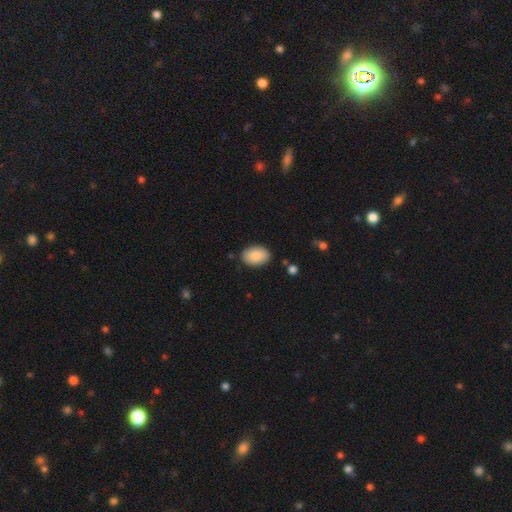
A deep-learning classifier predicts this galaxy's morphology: This is clearly a smooth galaxy (87%). How rounded: clearly in between (88%). Merging: clearly none (85%).